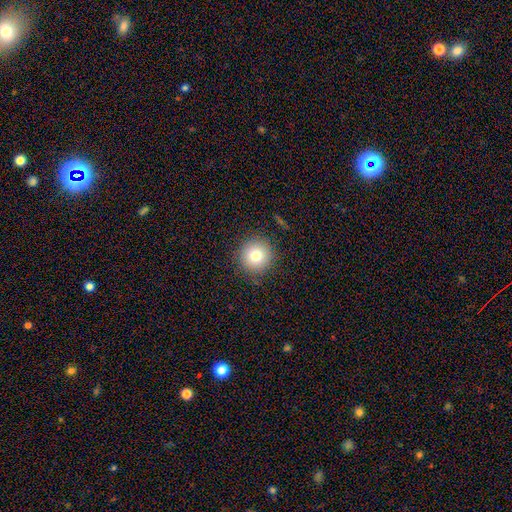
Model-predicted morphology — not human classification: Smooth or featured?
  - smooth: 78% *
  - star or artifact: 11%
  - featured or disk: 10%
How rounded?
  - round: 95% *
  - in between: 4%
  - cigar-shaped: 1%
Merging?
  - none: 88% *
  - minor disturbance: 8%
  - major disturbance: 3%
  - merger: 1%